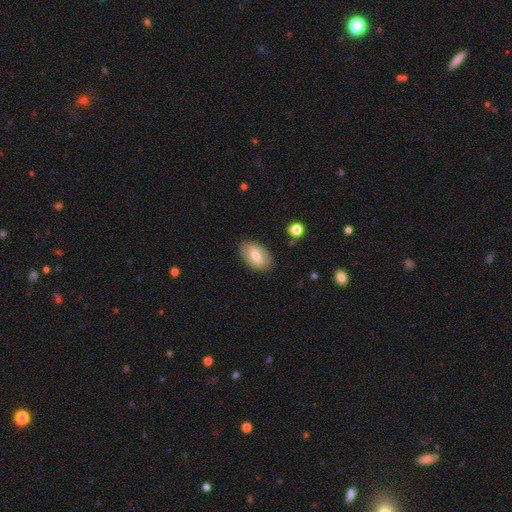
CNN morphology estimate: This is likely a smooth galaxy (62%). How rounded: clearly in between (89%). Merging: clearly none (84%).